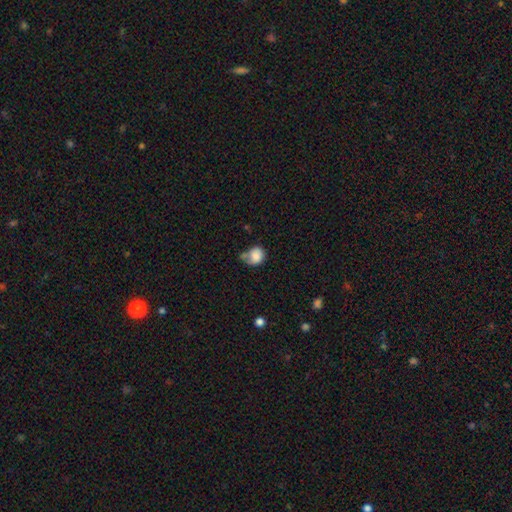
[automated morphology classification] Q: Smooth or featured?
A: smooth (83%); runner-up: star or artifact (9%)
Q: How rounded?
A: round (68%); runner-up: in between (31%)
Q: Merging?
A: none (36%); runner-up: minor disturbance (29%)